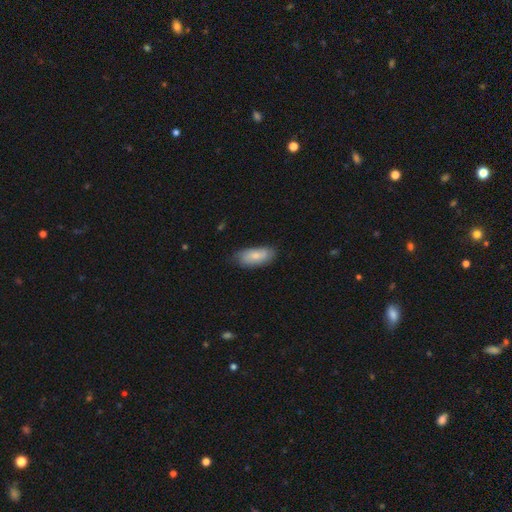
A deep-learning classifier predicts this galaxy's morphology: Smooth or featured: smooth — 74% (featured or disk — 20%)
How rounded: in between — 87% (cigar-shaped — 11%)
Merging: none — 72% (minor disturbance — 23%)